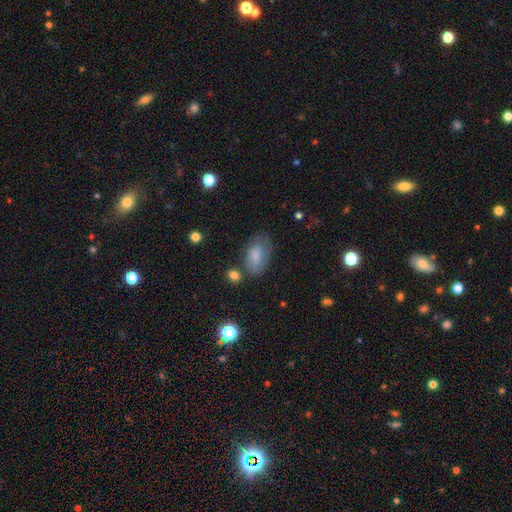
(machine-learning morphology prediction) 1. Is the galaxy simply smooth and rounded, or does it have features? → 71% smooth, 21% featured or disk, 8% star or artifact.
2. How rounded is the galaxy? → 92% in between, 5% round, 2% cigar-shaped.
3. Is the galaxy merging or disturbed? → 54% none, 28% minor disturbance, 13% major disturbance, 6% merger.